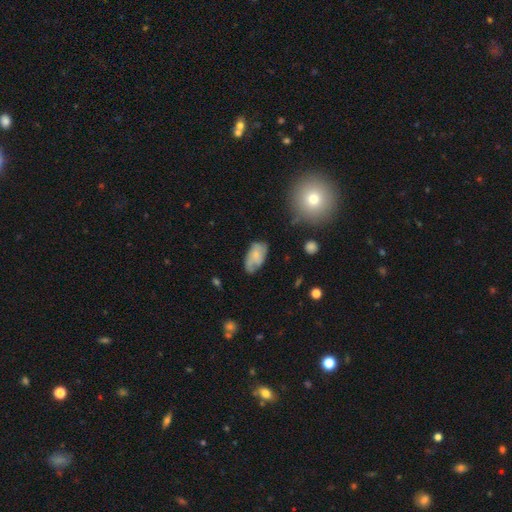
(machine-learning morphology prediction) Smooth or featured? smooth (47%)
Merging? none (55%)